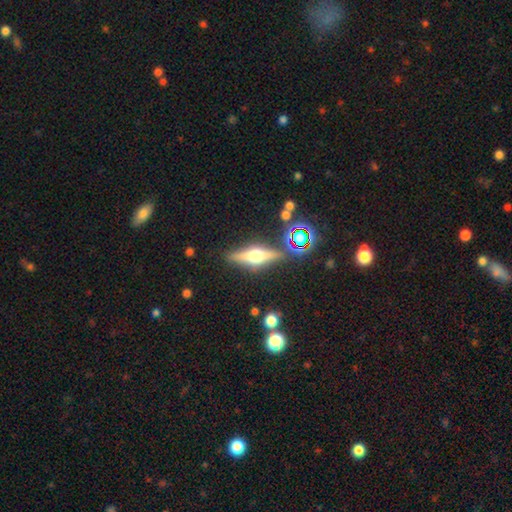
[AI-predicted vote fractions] This is likely a featured or disk galaxy (64%). It is clearly viewed edge-on (94%). Edge-on bulge: clearly rounded (95%). Merging: clearly none (85%).